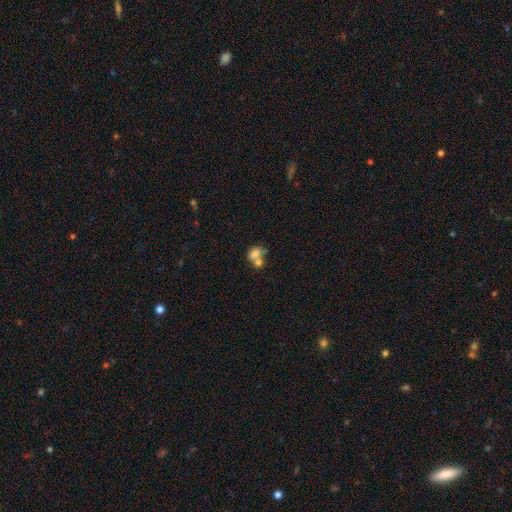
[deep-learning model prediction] smooth 74%, featured or disk 15%, star or artifact 11%. Down the decision tree: how rounded — in between (55%); merging — merger (61%).